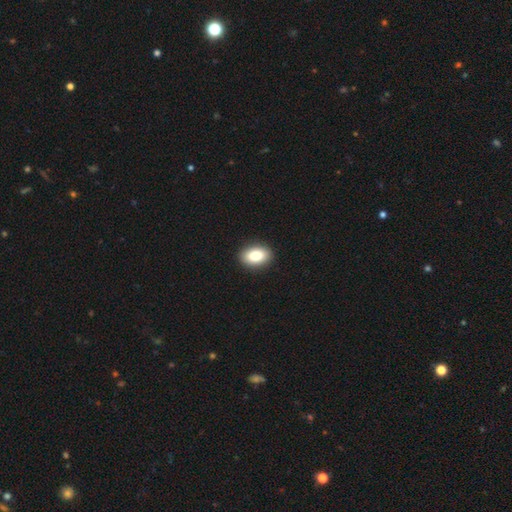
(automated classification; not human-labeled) A smooth galaxy with no disk features (83%) that is in between round and cigar-shaped (84%).

Vote fractions:
- Smooth or featured? smooth: 83% / featured or disk: 9% / star or artifact: 8%
- How rounded? in between: 84% / round: 15% / cigar-shaped: 1%
- Merging? none: 91% / minor disturbance: 6% / major disturbance: 2% / merger: 1%